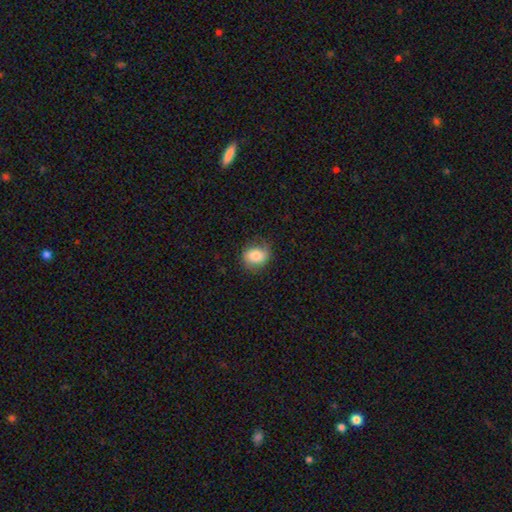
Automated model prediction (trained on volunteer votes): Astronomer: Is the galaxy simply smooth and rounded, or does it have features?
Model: smooth — 78%.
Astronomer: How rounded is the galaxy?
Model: in between — 50% (runner-up: round, 49%).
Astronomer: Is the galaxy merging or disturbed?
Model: none — 72%.